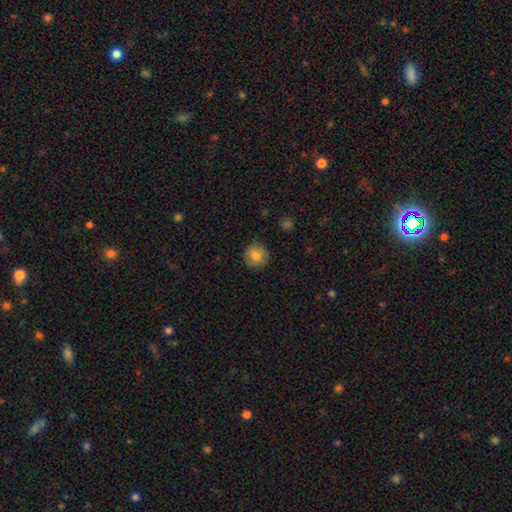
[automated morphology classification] Smooth or featured? Predicted: smooth (p=0.78). How rounded? Predicted: round (p=0.92). Merging? Predicted: none (p=0.85).